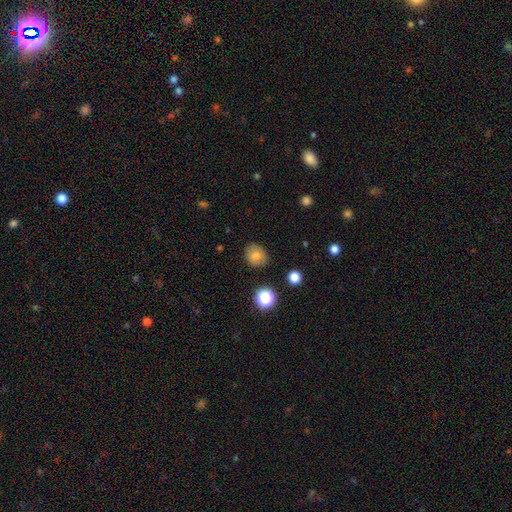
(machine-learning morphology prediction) Smooth or featured?
  - smooth: 79% *
  - star or artifact: 12%
  - featured or disk: 9%
How rounded?
  - round: 59% *
  - in between: 40%
  - cigar-shaped: 1%
Merging?
  - none: 80% *
  - minor disturbance: 14%
  - major disturbance: 3%
  - merger: 2%